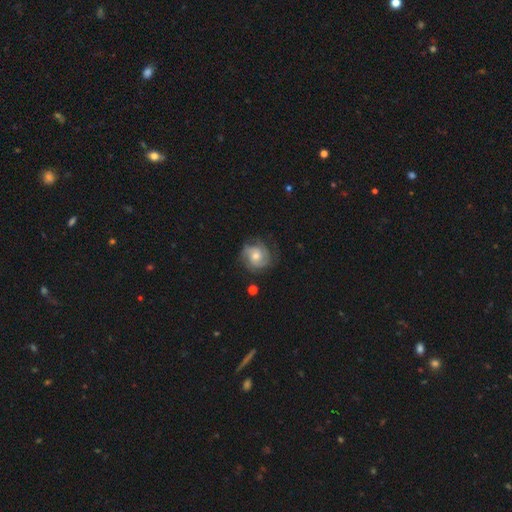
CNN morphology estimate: The model was most divided on "spiral arm count" (2-way tie): 2: 30%, 3: 30%, can't tell: 25%, 4: 6%, 1: 4%, more than 4: 4%. More confident: edge-on disk — no (98%); spiral arms — yes (92%); merging — none (71%); bar — no (71%); smooth or featured — featured or disk (70%); bulge size — moderate (59%); spiral winding — tight (54%).